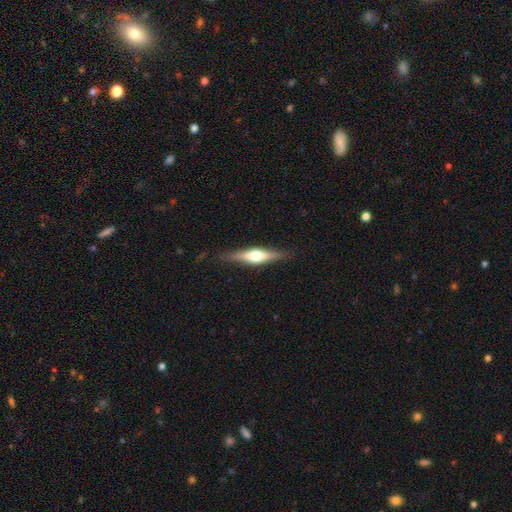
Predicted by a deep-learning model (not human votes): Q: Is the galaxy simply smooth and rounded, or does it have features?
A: featured or disk — 64%.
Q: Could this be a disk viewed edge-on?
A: yes — 95%.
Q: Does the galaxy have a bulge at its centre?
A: rounded — 91%.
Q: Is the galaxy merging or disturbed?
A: none — 86%.